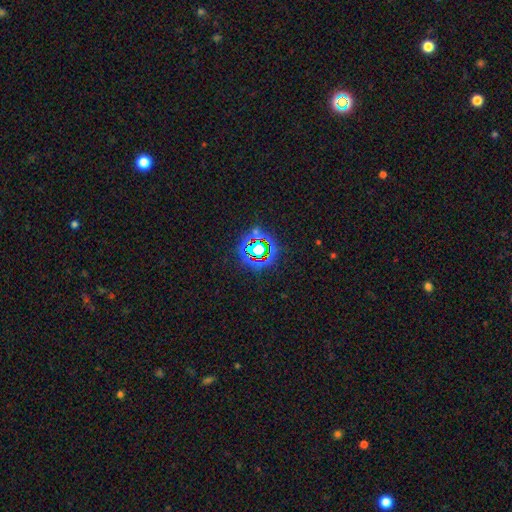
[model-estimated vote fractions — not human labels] star or artifact 73%, smooth 16%, featured or disk 11%.